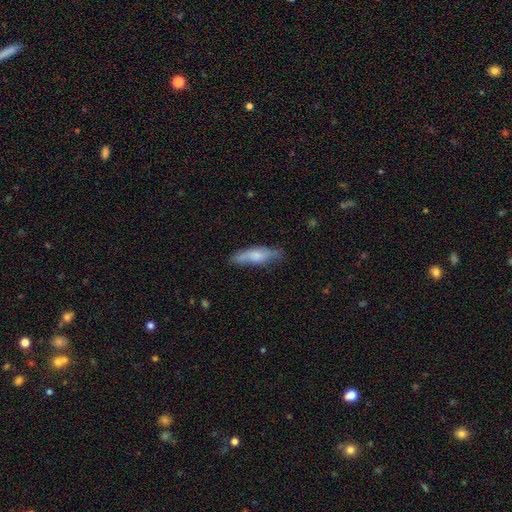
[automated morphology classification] smooth-or-featured: smooth: 67% | featured or disk: 27% | star or artifact: 6%
  how-rounded: cigar-shaped: 61% | in between: 37% | round: 2%
  merging: none: 69% | minor disturbance: 23% | major disturbance: 5% | merger: 2%